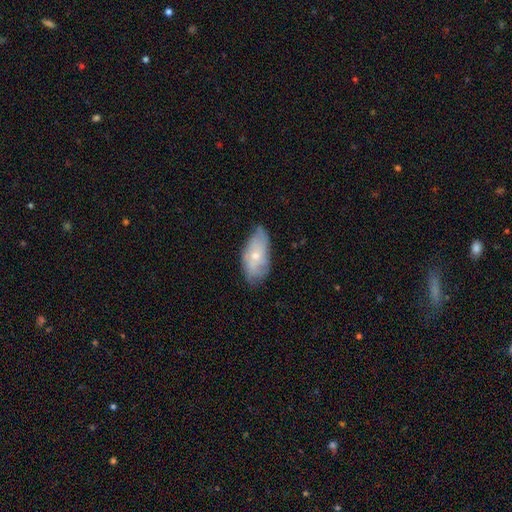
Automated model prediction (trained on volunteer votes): This appears to be a smooth galaxy with no disk features (51%) that is in between round and cigar-shaped (91%). Merging: none (67%).